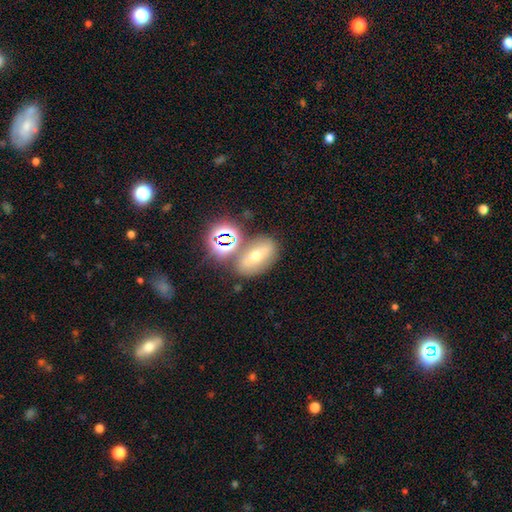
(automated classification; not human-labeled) The model was most divided on "smooth or featured": smooth: 41%, featured or disk: 32%, star or artifact: 27%. More confident: merging — none (68%).